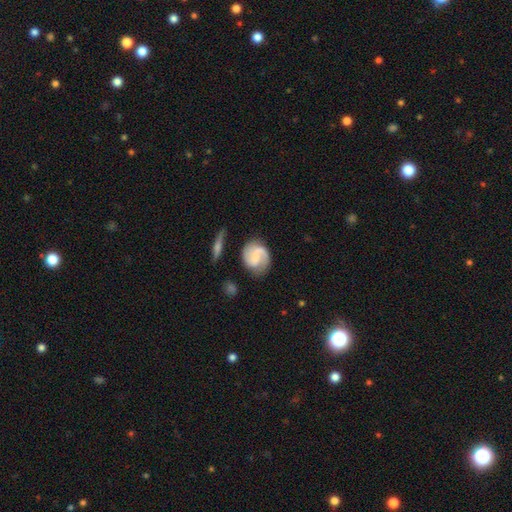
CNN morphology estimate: Smooth or featured: featured or disk — 69% (smooth — 25%)
Edge-on disk: no — 97% (yes — 3%)
Bar: weak — 46% (no — 32%)
Spiral arms: yes — 93% (no — 7%)
Spiral winding: medium — 43% (loose — 36%)
Spiral arm count: 2 — 83% (1 — 9%)
Bulge size: none — 47% (small — 32%)
Merging: none — 71% (minor disturbance — 18%)